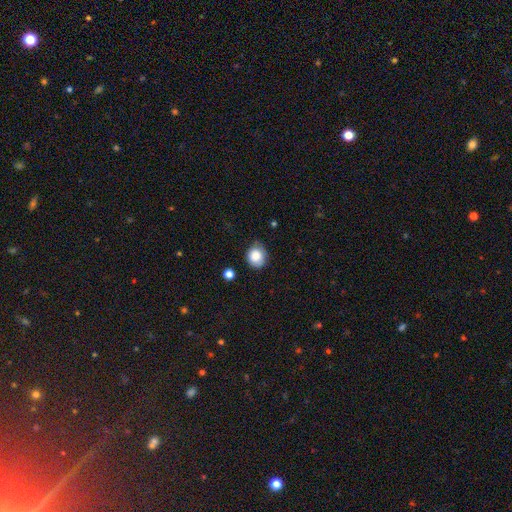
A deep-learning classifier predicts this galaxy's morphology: smooth_or_featured: smooth (p=0.83) [alt: star or artifact p=0.09]
how_rounded: round (p=0.73) [alt: in between p=0.26]
merging: none (p=0.70) [alt: minor disturbance p=0.23]